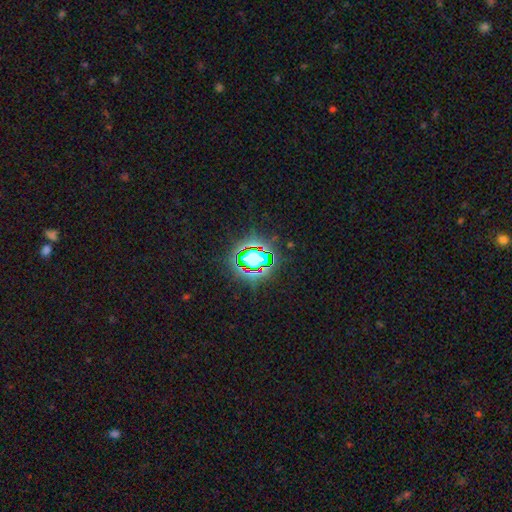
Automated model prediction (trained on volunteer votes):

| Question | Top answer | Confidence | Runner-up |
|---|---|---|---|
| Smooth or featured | star or artifact | 68% | smooth (20%) |